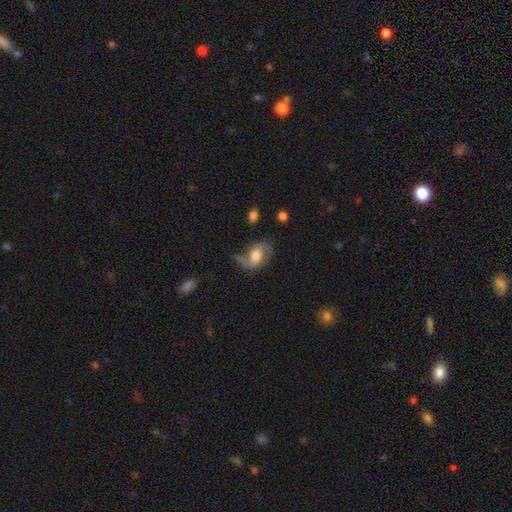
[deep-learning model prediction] Q: Smooth or featured?
A: featured or disk (73%); runner-up: smooth (20%)
Q: Edge-on disk?
A: no (97%); runner-up: yes (3%)
Q: Bar?
A: weak (43%); runner-up: no (42%)
Q: Spiral arms?
A: yes (92%); runner-up: no (8%)
Q: Spiral winding?
A: loose (52%); runner-up: medium (38%)
Q: Spiral arm count?
A: 2 (87%); runner-up: 1 (6%)
Q: Bulge size?
A: moderate (51%); runner-up: large (26%)
Q: Merging?
A: none (59%); runner-up: minor disturbance (22%)